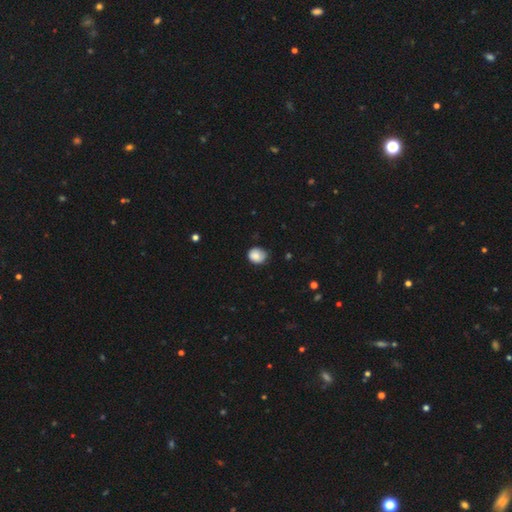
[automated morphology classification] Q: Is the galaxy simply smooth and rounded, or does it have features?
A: smooth — 84%.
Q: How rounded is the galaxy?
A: round — 68%.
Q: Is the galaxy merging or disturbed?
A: none — 67%.